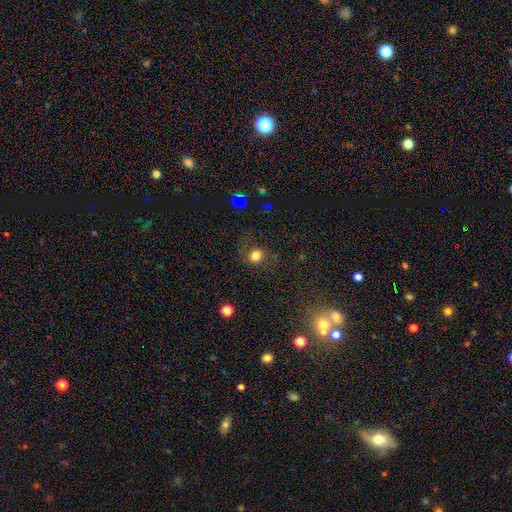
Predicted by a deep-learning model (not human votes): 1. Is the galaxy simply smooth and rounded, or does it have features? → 78% smooth, 13% star or artifact, 10% featured or disk.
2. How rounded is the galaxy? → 83% round, 16% in between, 1% cigar-shaped.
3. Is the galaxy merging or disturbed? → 73% none, 15% minor disturbance, 10% major disturbance, 2% merger.